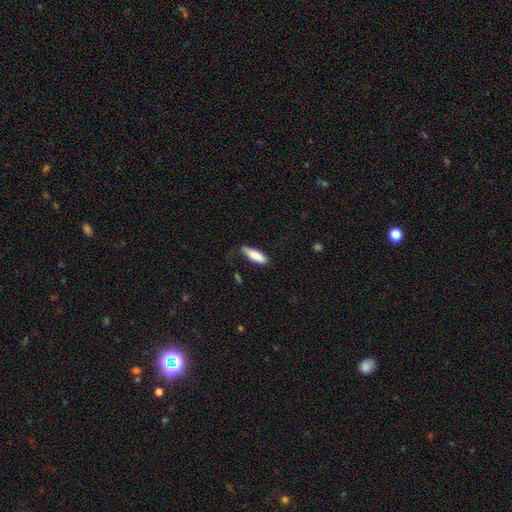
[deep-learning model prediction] Smooth or featured? smooth (85%)
How rounded? in between (56%)
Merging? none (60%)